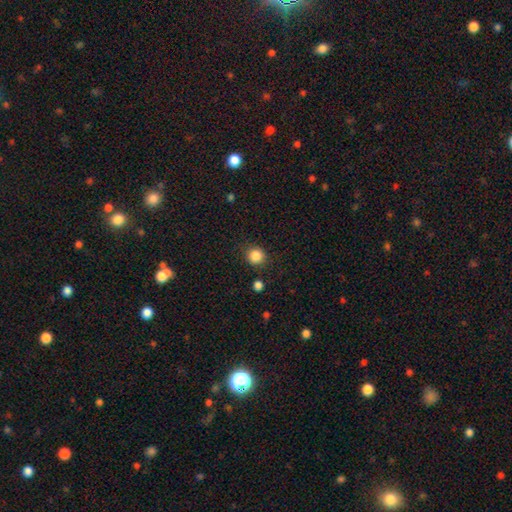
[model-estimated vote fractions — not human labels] The model was most divided on "smooth or featured": smooth: 86%, star or artifact: 11%, featured or disk: 4%. More confident: how rounded — round (89%); merging — none (86%).